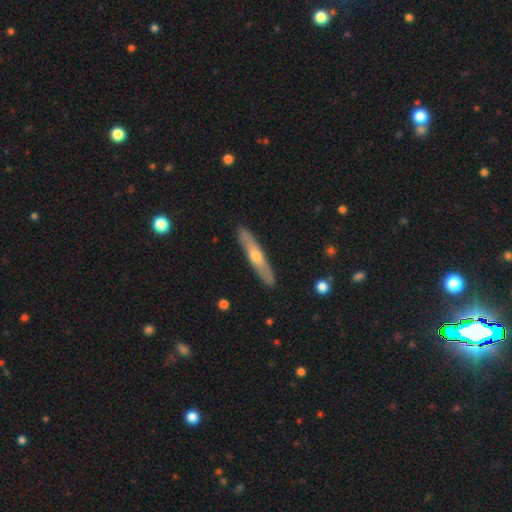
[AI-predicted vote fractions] A featured or disk galaxy (59%) viewed edge-on (87%) with a rounded central bulge (84%).

Vote fractions:
- Smooth or featured? featured or disk: 59% / smooth: 35% / star or artifact: 6%
- Edge-on disk? yes: 87% / no: 13%
- Edge-on bulge? rounded: 84% / none: 13% / boxy: 2%
- Merging? none: 89% / minor disturbance: 8% / major disturbance: 2% / merger: 1%